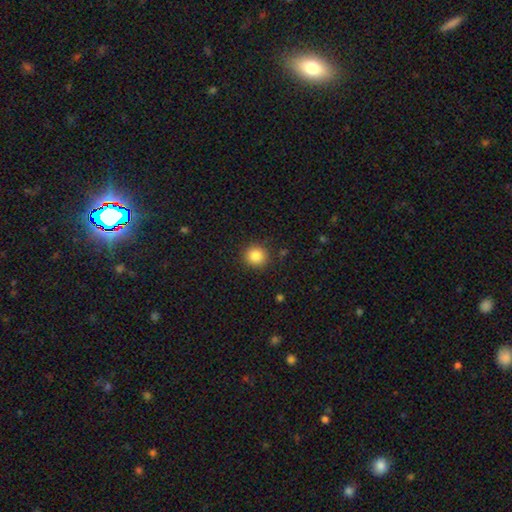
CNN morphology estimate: smooth 84%, star or artifact 10%, featured or disk 5%. Down the decision tree: how rounded — round (92%); merging — none (90%).